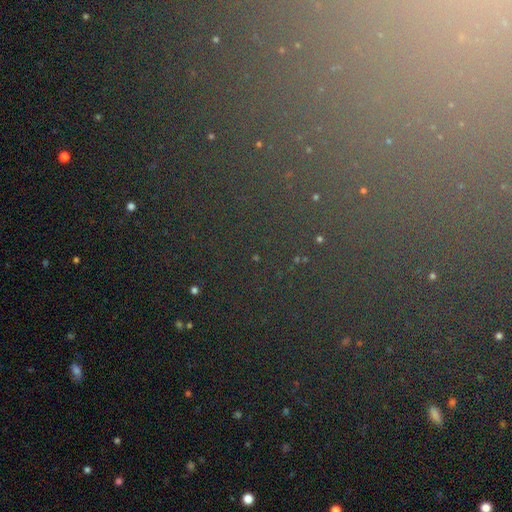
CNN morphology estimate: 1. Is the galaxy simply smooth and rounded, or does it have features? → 77% star or artifact, 13% smooth, 10% featured or disk.